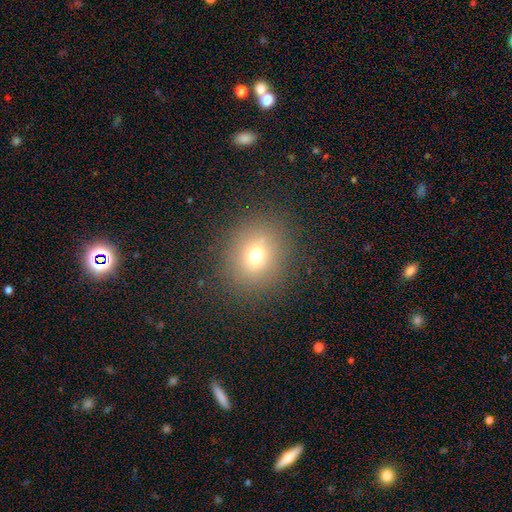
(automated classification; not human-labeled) smooth 69%, star or artifact 18%, featured or disk 13%. Down the decision tree: how rounded — round (78%); merging — none (87%).